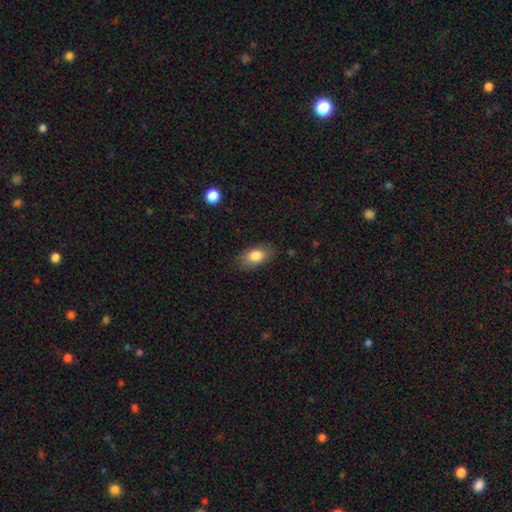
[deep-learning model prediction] This is clearly a smooth galaxy (81%). How rounded: clearly in between (90%). Merging: clearly none (81%).